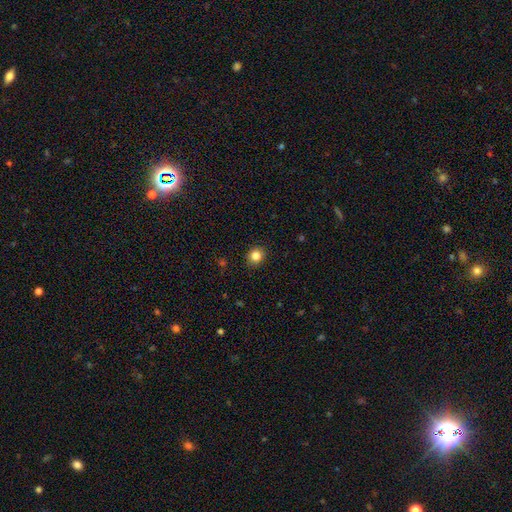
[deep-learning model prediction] A smooth galaxy with no disk features (83%) that is round (84%). Merging: none (91%).